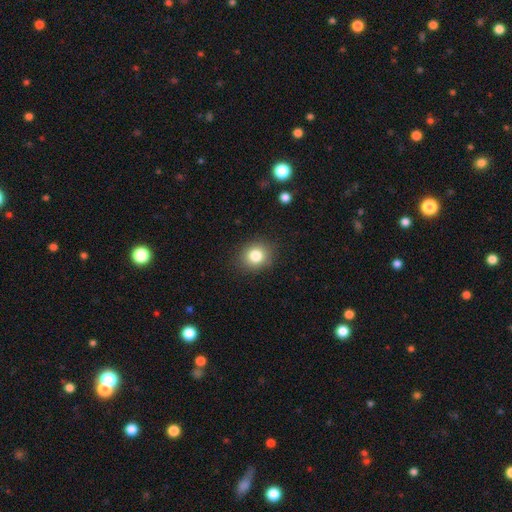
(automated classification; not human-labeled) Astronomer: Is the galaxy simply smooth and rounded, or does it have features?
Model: smooth — 82%.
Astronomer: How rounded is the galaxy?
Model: round — 72%.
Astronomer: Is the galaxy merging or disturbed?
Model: none — 87%.